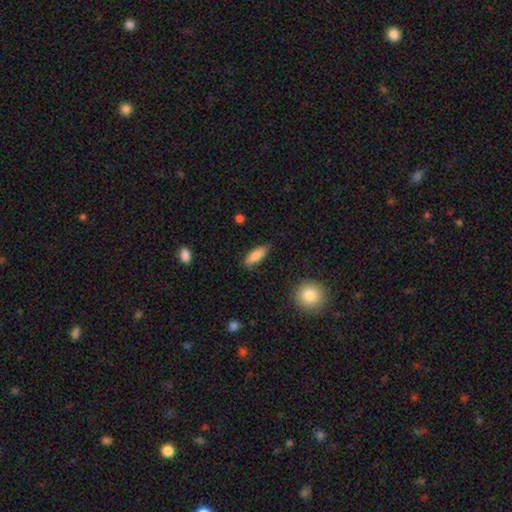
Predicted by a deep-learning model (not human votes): Overall: smooth (85%). How rounded: in between (65%; cigar-shaped 32%). Merging: none (81%).